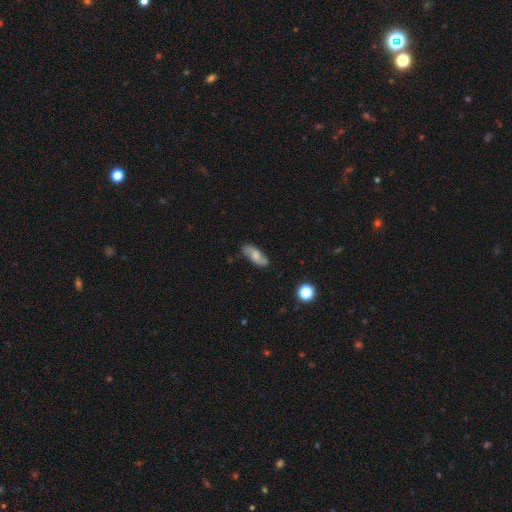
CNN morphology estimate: Smooth or featured? Predicted: smooth (p=0.47). Merging? Predicted: none (p=0.79).